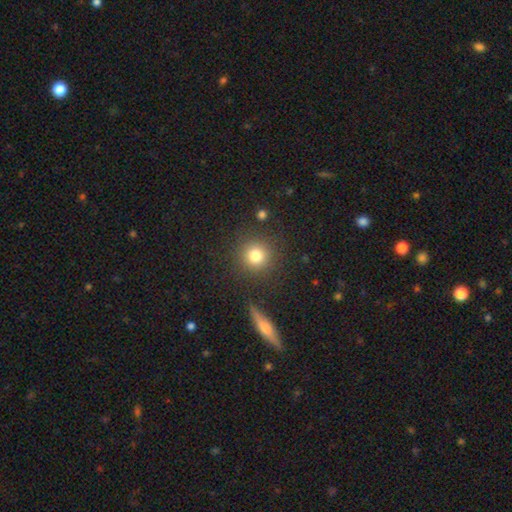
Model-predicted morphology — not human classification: This appears to be a smooth galaxy with no disk features (80%) that is round (93%). Merging: none (86%).